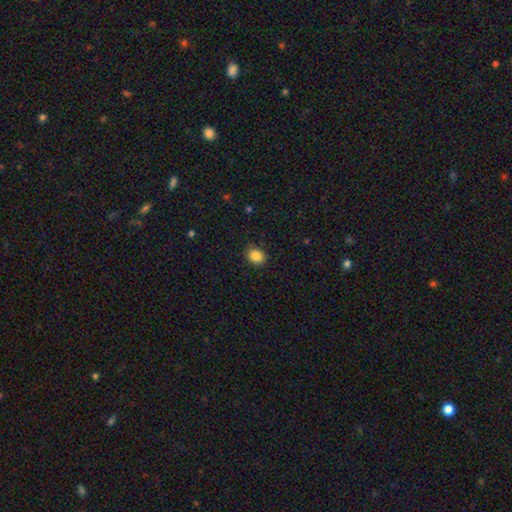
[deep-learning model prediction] smooth_or_featured: smooth (p=0.86) [alt: star or artifact p=0.10]
how_rounded: round (p=0.56) [alt: in between p=0.43]
merging: none (p=0.87) [alt: minor disturbance p=0.09]